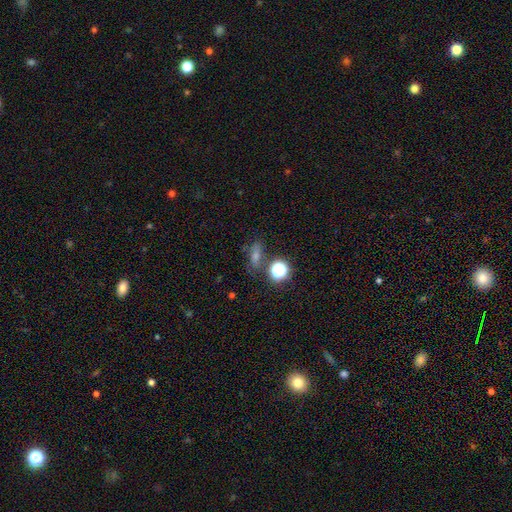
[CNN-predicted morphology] A smooth galaxy with no disk features (41%).

Vote fractions:
- Smooth or featured? smooth: 41% / star or artifact: 36% / featured or disk: 23%
- Merging? none: 67% / minor disturbance: 15% / merger: 10% / major disturbance: 8%